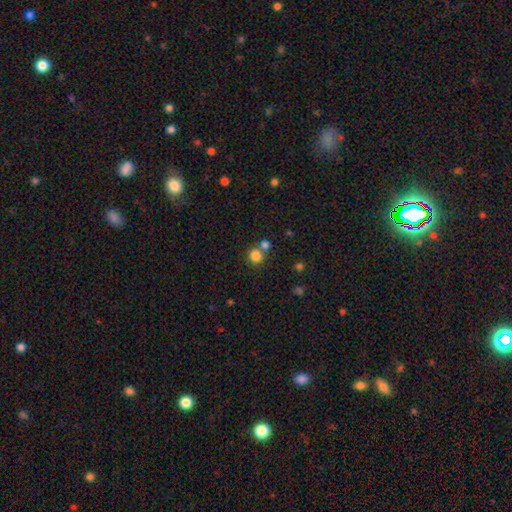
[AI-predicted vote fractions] A smooth galaxy with no disk features (81%) that is round (91%). Merging: none (61%).